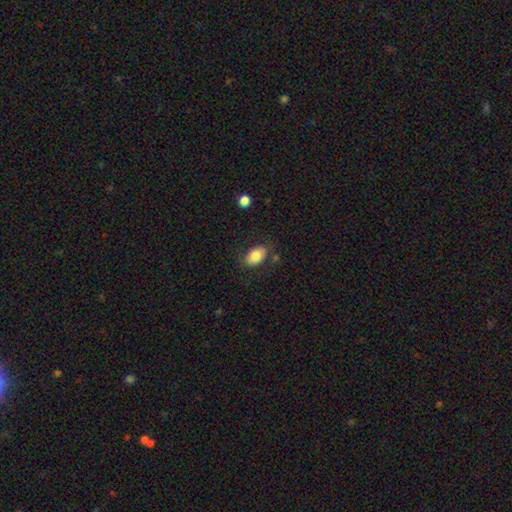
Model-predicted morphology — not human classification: Smooth or featured?
  - smooth: 80% *
  - featured or disk: 12%
  - star or artifact: 7%
How rounded?
  - in between: 90% *
  - round: 9%
  - cigar-shaped: 1%
Merging?
  - none: 77% *
  - minor disturbance: 15%
  - major disturbance: 5%
  - merger: 3%